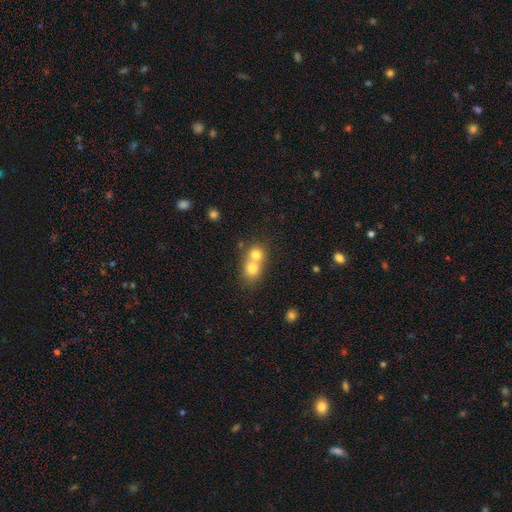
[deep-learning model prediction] smooth_or_featured: smooth (p=0.74) [alt: featured or disk p=0.15]
how_rounded: round (p=0.77) [alt: in between p=0.22]
merging: merger (p=0.67) [alt: none p=0.27]